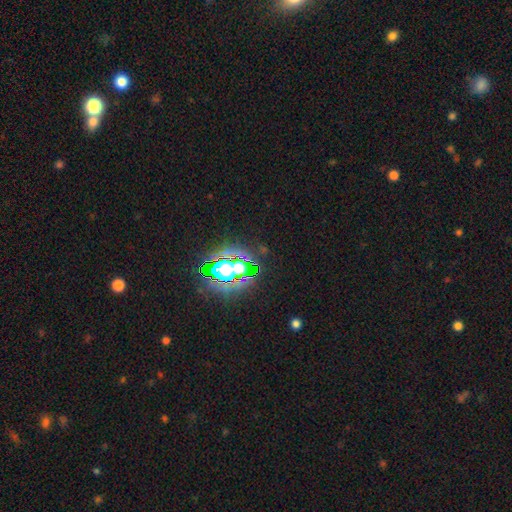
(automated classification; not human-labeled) star or artifact 80%, smooth 12%, featured or disk 9%.